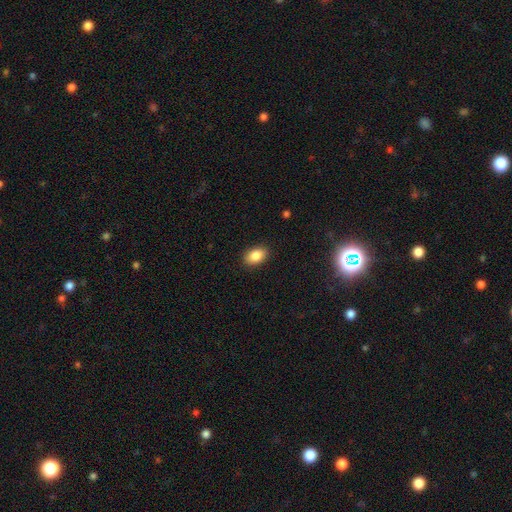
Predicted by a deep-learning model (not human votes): A smooth galaxy with no disk features (86%) that is in between round and cigar-shaped (88%). Merging: none (89%).